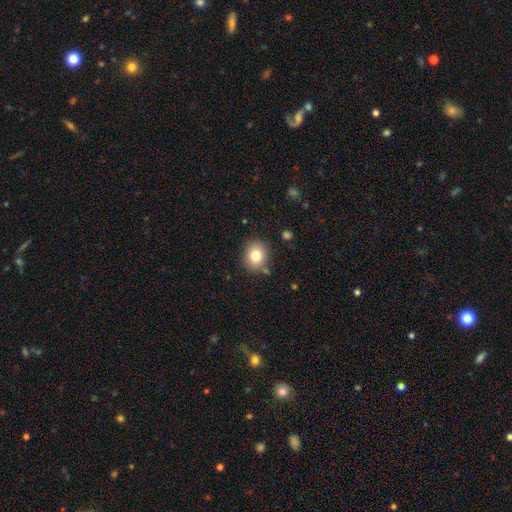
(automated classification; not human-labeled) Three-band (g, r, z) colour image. It shows a smooth galaxy with no disk features (80%) that is round (71%). Merging: none (82%).